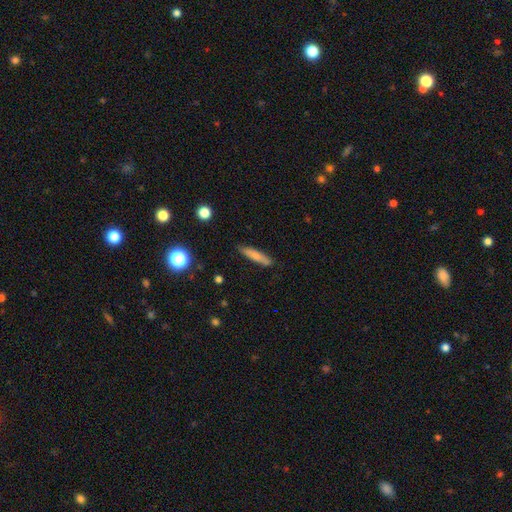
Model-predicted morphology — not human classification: smooth 74%, featured or disk 19%, star or artifact 7%. Down the decision tree: how rounded — cigar-shaped (86%); merging — none (83%).